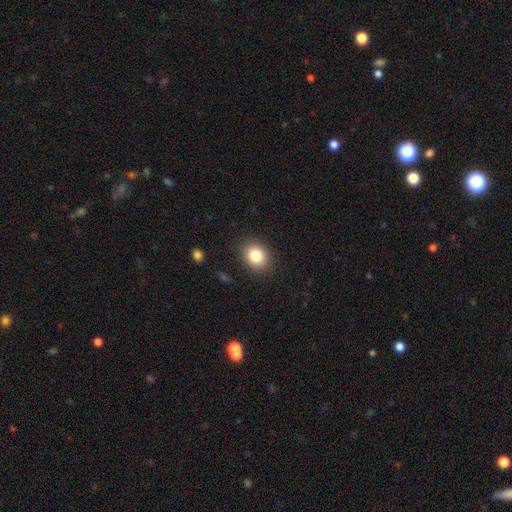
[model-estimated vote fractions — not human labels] Smooth or featured: smooth — 83% (star or artifact — 10%)
How rounded: in between — 50% (round — 49%)
Merging: none — 88% (minor disturbance — 8%)